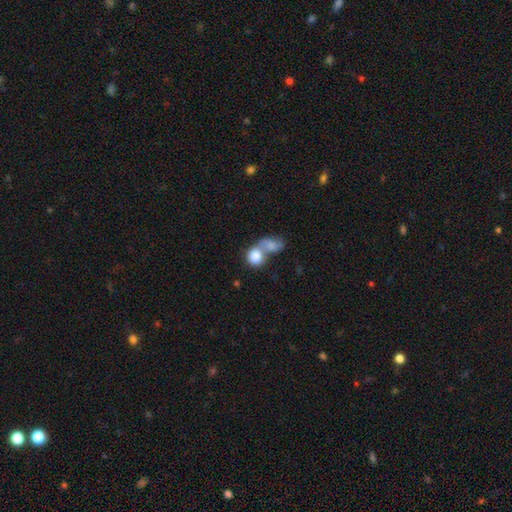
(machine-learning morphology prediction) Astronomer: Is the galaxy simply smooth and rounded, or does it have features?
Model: smooth — 80%.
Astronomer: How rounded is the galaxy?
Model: round — 64%.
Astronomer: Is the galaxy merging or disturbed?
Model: merger — 66%.